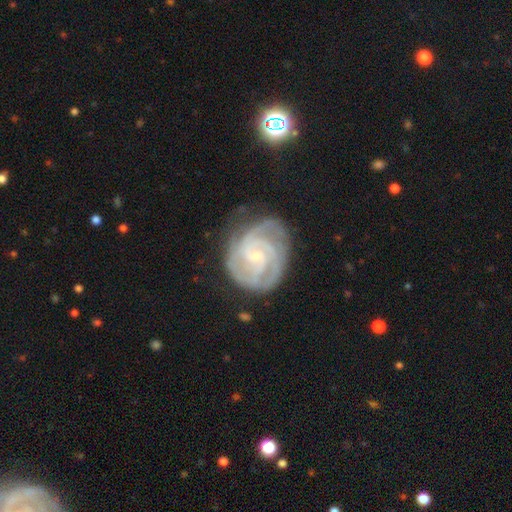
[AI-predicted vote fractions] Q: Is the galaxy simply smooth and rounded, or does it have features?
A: featured or disk — 89%.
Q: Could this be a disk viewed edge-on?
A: no — 98%.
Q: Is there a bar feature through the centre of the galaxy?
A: no — 56%.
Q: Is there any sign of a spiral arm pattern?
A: yes — 98%.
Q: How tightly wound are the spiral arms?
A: tight — 66%.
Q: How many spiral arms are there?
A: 3 — 41%.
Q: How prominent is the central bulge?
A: small — 76%.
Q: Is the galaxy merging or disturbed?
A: none — 69%.